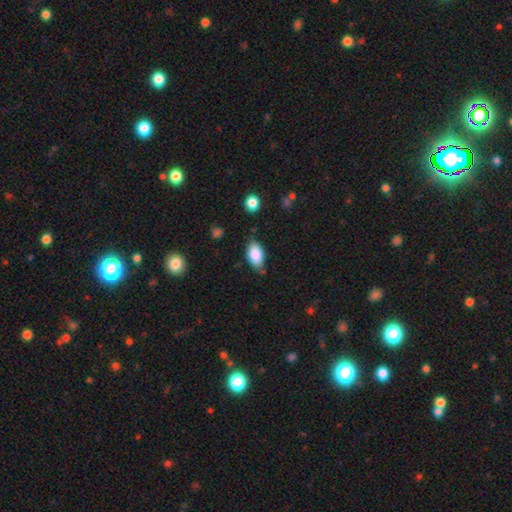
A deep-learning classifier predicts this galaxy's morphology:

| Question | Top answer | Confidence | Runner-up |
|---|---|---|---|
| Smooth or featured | smooth | 85% | featured or disk (8%) |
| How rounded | in between | 93% | round (4%) |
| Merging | none | 70% | minor disturbance (22%) |